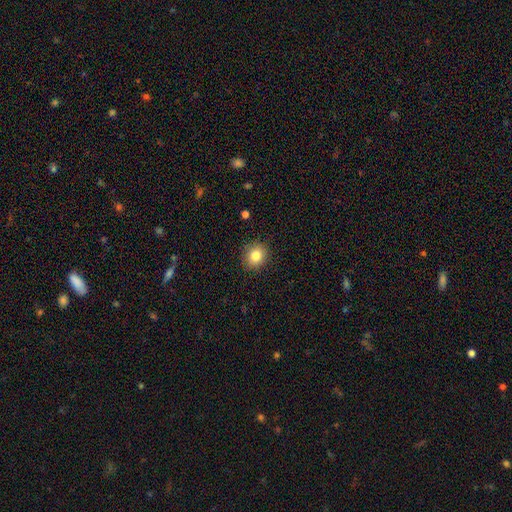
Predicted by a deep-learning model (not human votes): Q: Smooth or featured?
A: smooth (82%); runner-up: star or artifact (10%)
Q: How rounded?
A: round (77%); runner-up: in between (22%)
Q: Merging?
A: none (89%); runner-up: minor disturbance (8%)